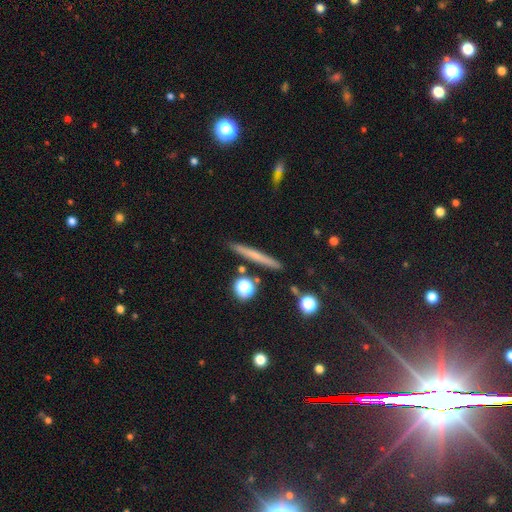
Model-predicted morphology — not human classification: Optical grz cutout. It shows a smooth galaxy with no disk features (56%) that is cigar-shaped (92%). Merging: none (90%).